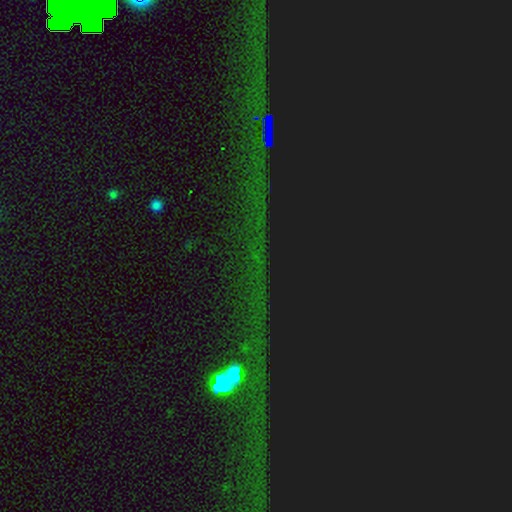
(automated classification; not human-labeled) A star or artifact, not a galaxy (81%).

Vote fractions:
- Smooth or featured? star or artifact: 81% / featured or disk: 10% / smooth: 9%